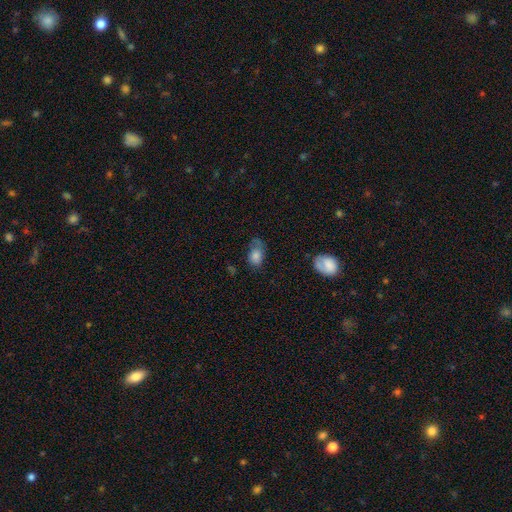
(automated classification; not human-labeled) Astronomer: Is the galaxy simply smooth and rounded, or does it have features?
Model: smooth — 76%.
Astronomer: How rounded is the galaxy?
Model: in between — 80%.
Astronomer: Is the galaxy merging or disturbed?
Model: none — 43% (runner-up: minor disturbance, 34%).